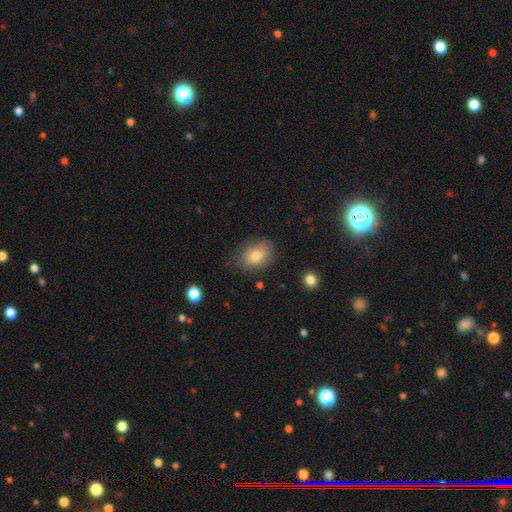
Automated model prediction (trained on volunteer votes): Smooth or featured?
  - smooth: 80% *
  - star or artifact: 10%
  - featured or disk: 10%
How rounded?
  - in between: 72% *
  - round: 27%
  - cigar-shaped: 1%
Merging?
  - none: 72% *
  - minor disturbance: 21%
  - major disturbance: 5%
  - merger: 2%